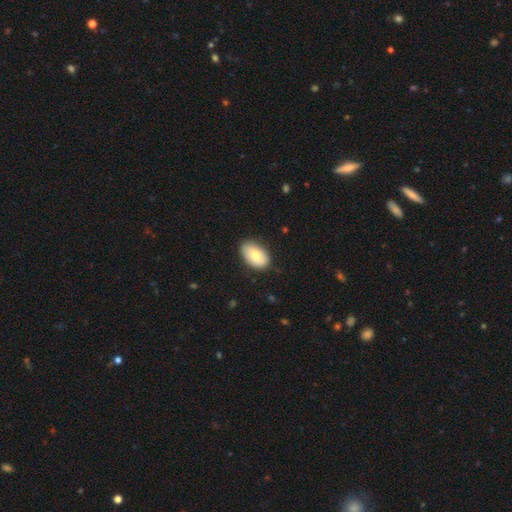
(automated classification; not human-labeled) smooth-or-featured: smooth: 71% | featured or disk: 23% | star or artifact: 6%
  how-rounded: in between: 92% | round: 7% | cigar-shaped: 1%
  merging: none: 80% | minor disturbance: 16% | major disturbance: 3% | merger: 1%